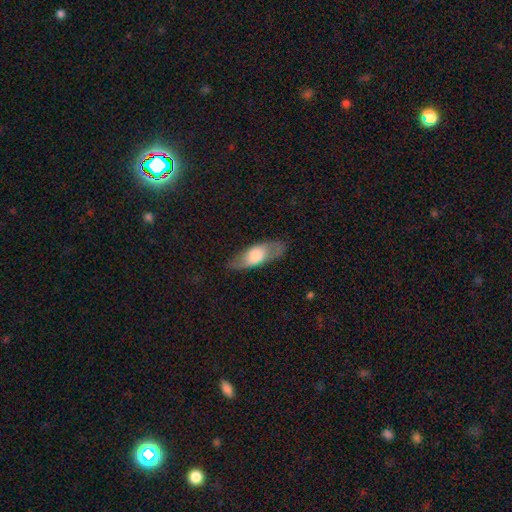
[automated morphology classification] Smooth or featured? smooth (59%)
How rounded? in between (69%)
Merging? none (72%)